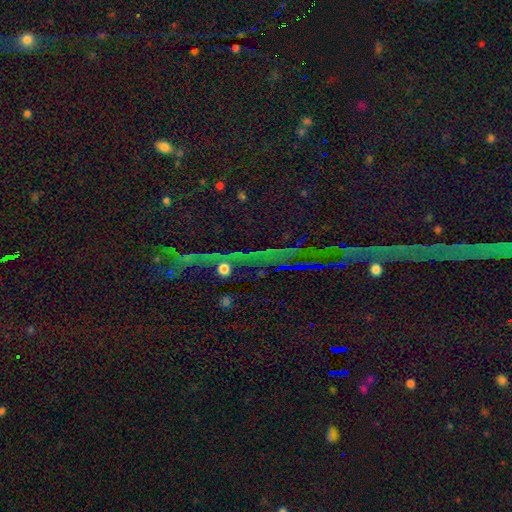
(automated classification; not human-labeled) smooth_or_featured: star or artifact (p=0.86) [alt: smooth p=0.08]